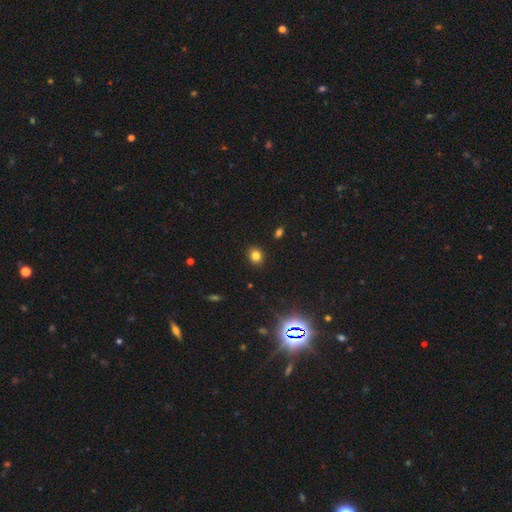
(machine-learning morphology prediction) Q: Smooth or featured?
A: smooth (80%); runner-up: star or artifact (14%)
Q: How rounded?
A: round (66%); runner-up: in between (33%)
Q: Merging?
A: none (89%); runner-up: minor disturbance (8%)